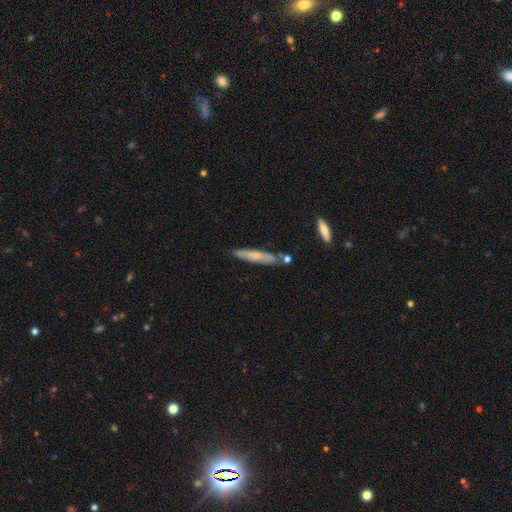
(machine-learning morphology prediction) Smooth or featured? Predicted: smooth (p=0.52). How rounded? Predicted: cigar-shaped (p=0.89). Merging? Predicted: none (p=0.75).